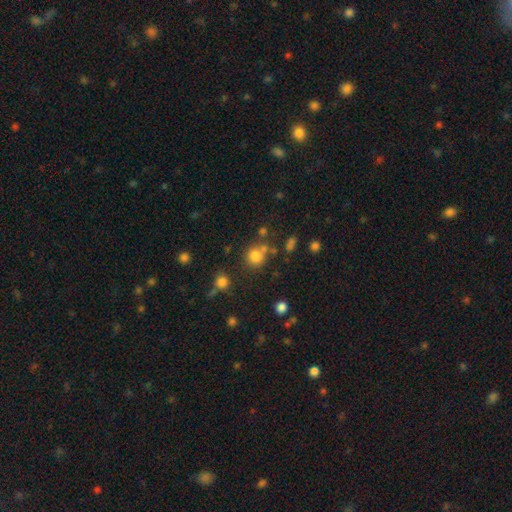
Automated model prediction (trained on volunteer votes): smooth-or-featured: smooth: 79% | star or artifact: 15% | featured or disk: 7%
  how-rounded: round: 86% | in between: 13% | cigar-shaped: 1%
  merging: none: 64% | merger: 18% | minor disturbance: 12% | major disturbance: 6%